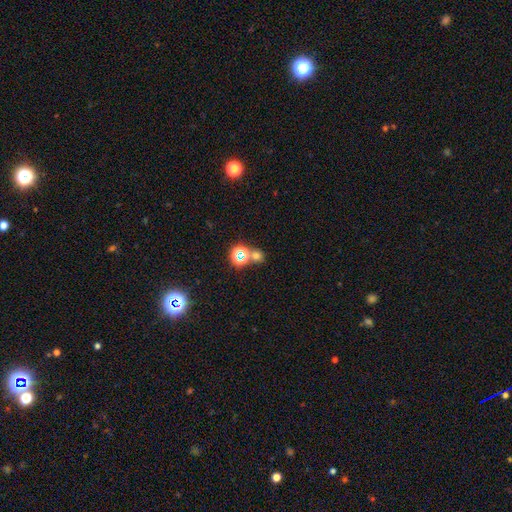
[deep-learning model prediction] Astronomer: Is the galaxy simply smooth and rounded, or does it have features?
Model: smooth — 56% (runner-up: star or artifact, 37%).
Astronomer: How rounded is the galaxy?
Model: round — 82%.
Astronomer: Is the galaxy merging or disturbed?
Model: none — 63%.